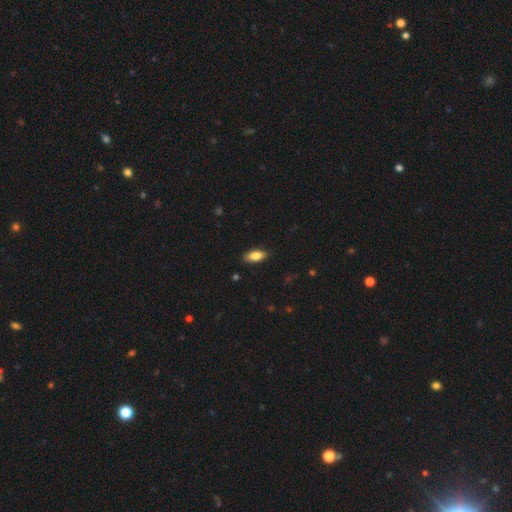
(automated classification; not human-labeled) Morphology: type=smooth (83%); roundness=in between (87%); merging=none (86%).